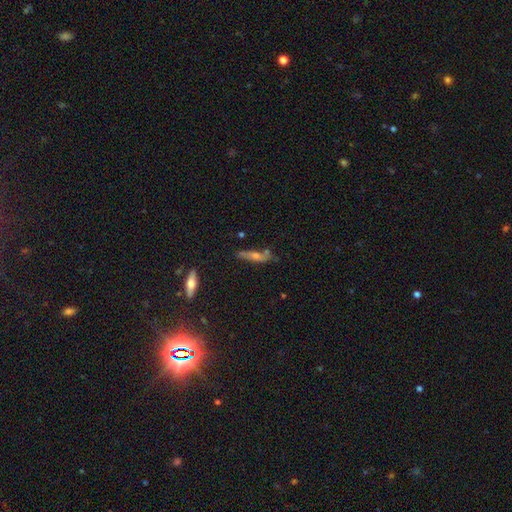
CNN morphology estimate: Smooth or featured?
  - featured or disk: 50% *
  - smooth: 37%
  - star or artifact: 13%
Edge-on disk?
  - yes: 80% *
  - no: 20%
Merging?
  - none: 69% *
  - minor disturbance: 20%
  - major disturbance: 6%
  - merger: 6%